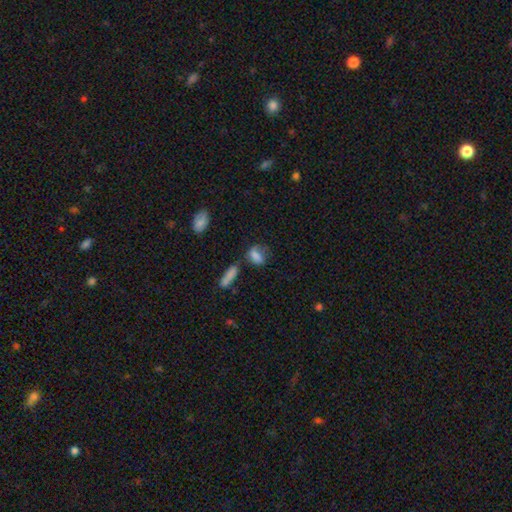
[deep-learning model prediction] This appears to be a smooth galaxy with no disk features (77%) that is in between round and cigar-shaped (74%). Merging: none (47%).